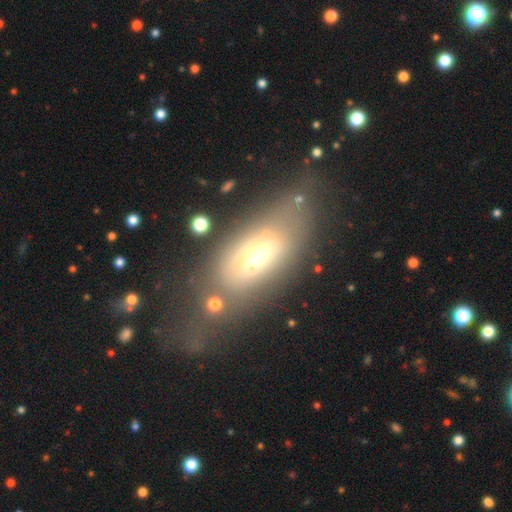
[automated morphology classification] Smooth or featured?
  - smooth: 49% *
  - featured or disk: 38%
  - star or artifact: 13%
Merging?
  - none: 43% *
  - major disturbance: 26%
  - minor disturbance: 22%
  - merger: 9%